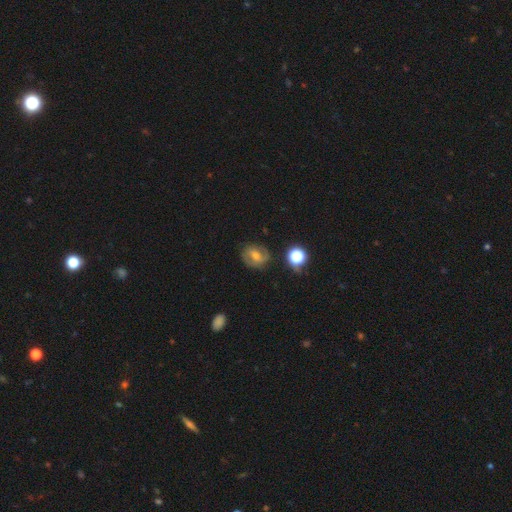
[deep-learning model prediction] smooth_or_featured: featured or disk (p=0.57) [alt: smooth p=0.30]
disk_edge_on: no (p=0.96) [alt: yes p=0.04]
bar: weak (p=0.47) [alt: no p=0.32]
has_spiral_arms: yes (p=0.83) [alt: no p=0.17]
bulge_size: moderate (p=0.56) [alt: small p=0.38]
merging: none (p=0.78) [alt: minor disturbance p=0.15]